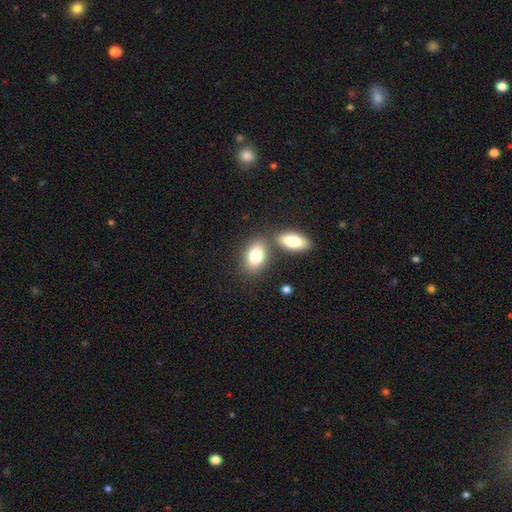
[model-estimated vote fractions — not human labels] Smooth or featured: smooth — 79% (featured or disk — 13%)
How rounded: in between — 86% (round — 12%)
Merging: none — 59% (merger — 27%)